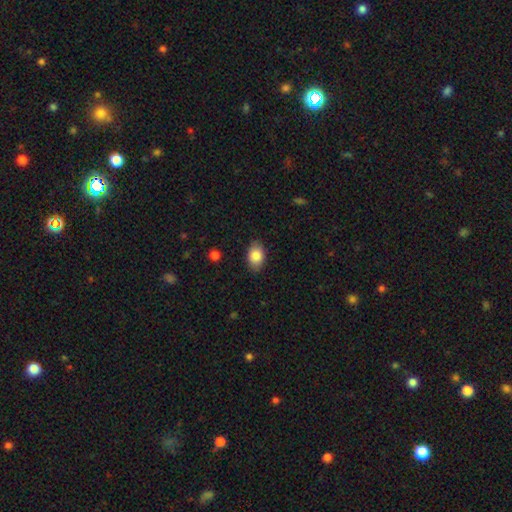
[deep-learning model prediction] This appears to be a smooth galaxy with no disk features (86%) that is in between round and cigar-shaped (86%). Merging: none (85%).